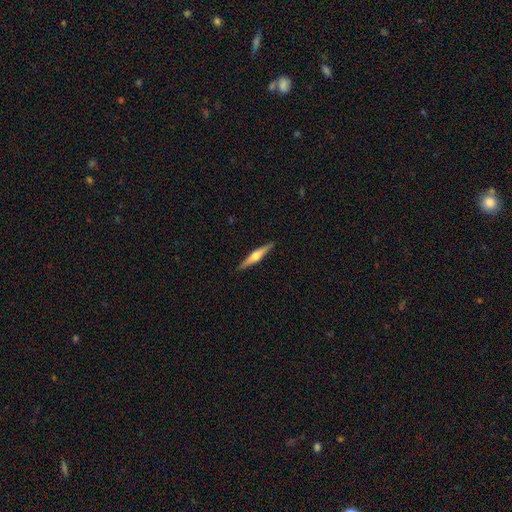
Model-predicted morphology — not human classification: Overall: featured or disk (68%). Edge-on disk: yes (98%). Edge-on bulge: rounded (91%). Merging: none (91%).